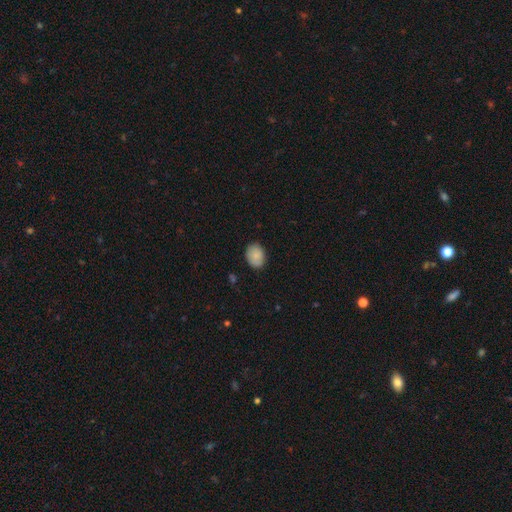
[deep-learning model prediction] Morphology: type=smooth (86%); roundness=in between (66%); merging=none (83%).